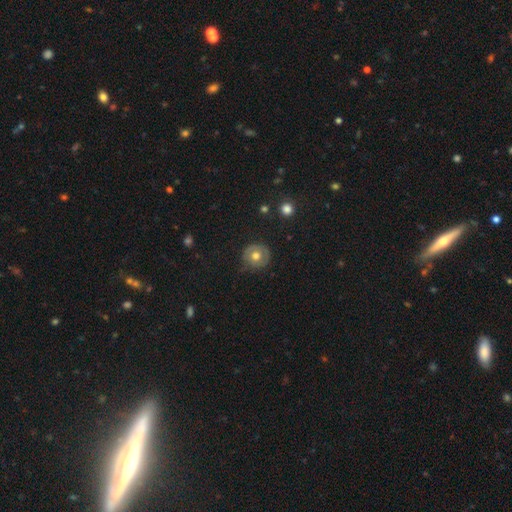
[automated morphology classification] A smooth galaxy with no disk features (64%) that is round (88%).

Vote fractions:
- Smooth or featured? smooth: 64% / featured or disk: 27% / star or artifact: 9%
- How rounded? round: 88% / in between: 11% / cigar-shaped: 1%
- Merging? none: 74% / minor disturbance: 19% / major disturbance: 5% / merger: 1%